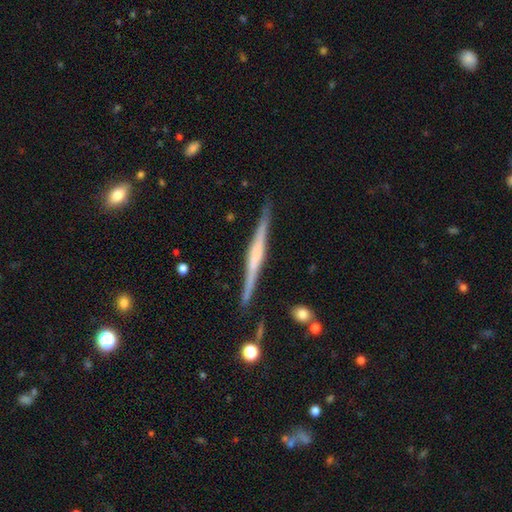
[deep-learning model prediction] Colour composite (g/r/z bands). It shows a featured or disk galaxy (73%) viewed edge-on (98%) with a rounded central bulge (35%). Merging: none (88%).